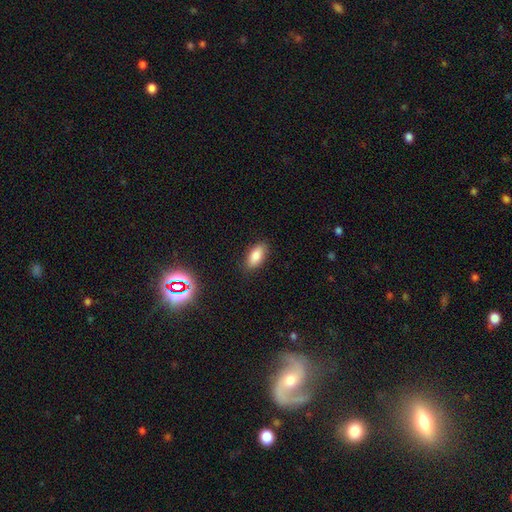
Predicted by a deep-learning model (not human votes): The model was most divided on "smooth or featured": smooth: 83%, star or artifact: 9%, featured or disk: 8%. More confident: how rounded — in between (87%); merging — none (85%).